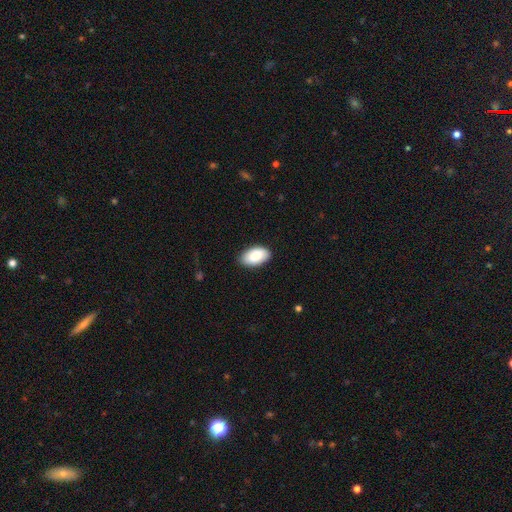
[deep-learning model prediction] smooth 89%, star or artifact 6%, featured or disk 5%. Down the decision tree: how rounded — in between (96%); merging — none (86%).